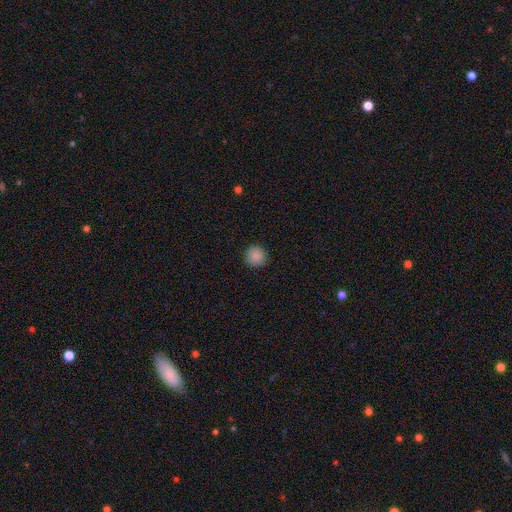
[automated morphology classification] smooth 87%, star or artifact 9%, featured or disk 3%. Down the decision tree: how rounded — round (93%); merging — none (90%).